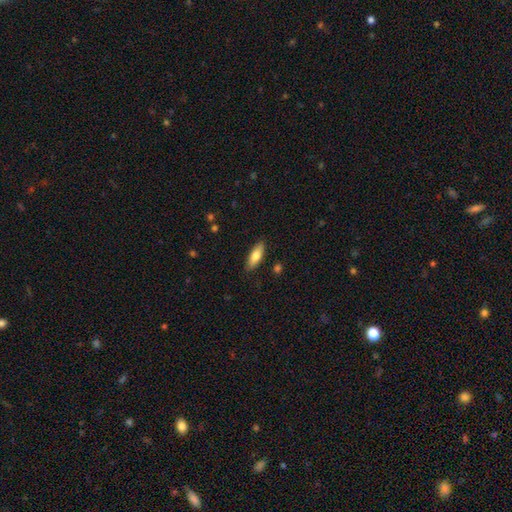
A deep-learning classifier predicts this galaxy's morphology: smooth_or_featured: smooth (p=0.76) [alt: featured or disk p=0.18]
how_rounded: in between (p=0.65) [alt: cigar-shaped p=0.33]
merging: none (p=0.87) [alt: minor disturbance p=0.09]